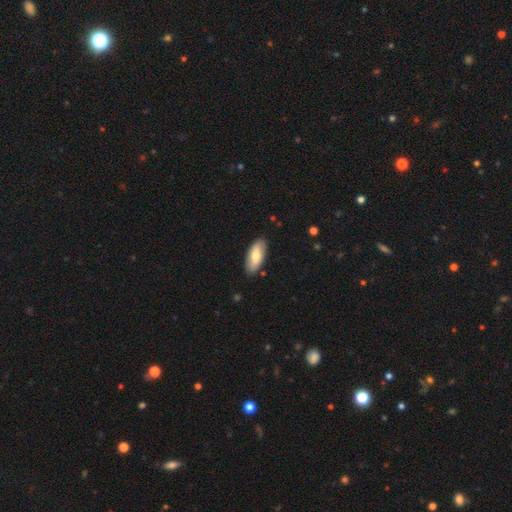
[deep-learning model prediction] The model was most divided on "smooth or featured": smooth: 70%, featured or disk: 24%, star or artifact: 6%. More confident: merging — none (86%); how rounded — in between (86%).